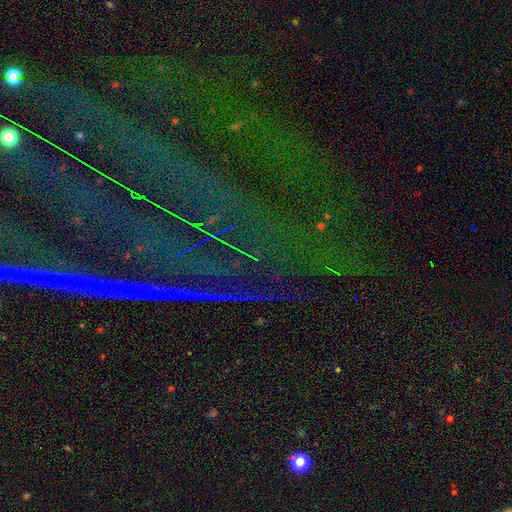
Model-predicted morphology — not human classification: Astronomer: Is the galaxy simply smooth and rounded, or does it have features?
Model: star or artifact — 85%.